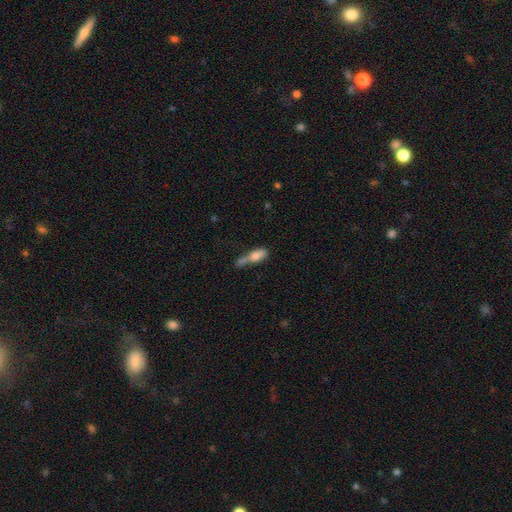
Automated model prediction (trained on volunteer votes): Smooth or featured: smooth — 67% (featured or disk — 24%)
How rounded: in between — 56% (cigar-shaped — 39%)
Merging: merger — 36% (none — 26%)